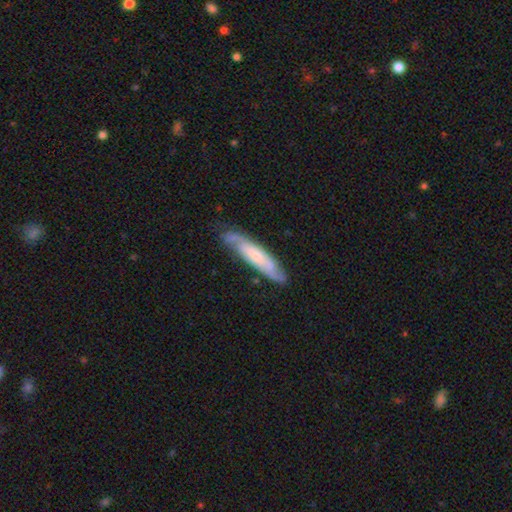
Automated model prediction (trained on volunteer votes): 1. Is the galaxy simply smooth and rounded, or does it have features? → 68% featured or disk, 26% smooth, 5% star or artifact.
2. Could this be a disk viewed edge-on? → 67% no, 33% yes.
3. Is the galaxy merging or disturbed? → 77% none, 17% minor disturbance, 4% major disturbance, 2% merger.